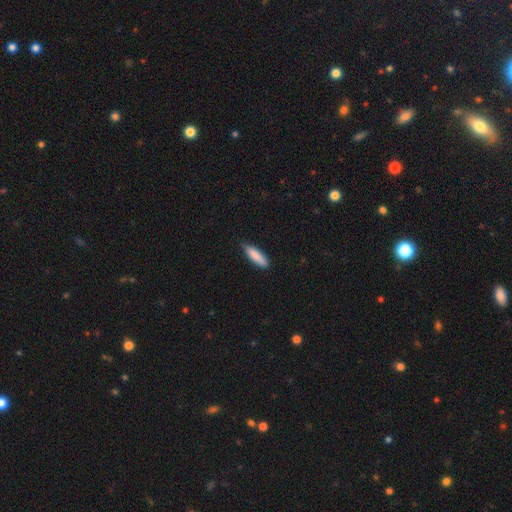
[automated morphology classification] A smooth galaxy with no disk features (86%) that is cigar-shaped (64%).

Vote fractions:
- Smooth or featured? smooth: 86% / featured or disk: 8% / star or artifact: 6%
- How rounded? cigar-shaped: 64% / in between: 34% / round: 1%
- Merging? none: 76% / minor disturbance: 20% / major disturbance: 2% / merger: 1%